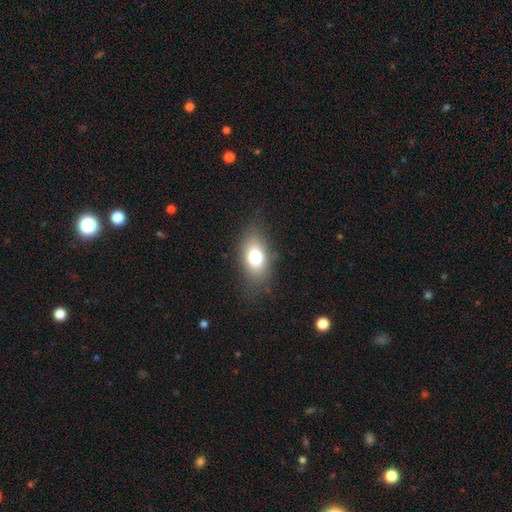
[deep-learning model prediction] Smooth or featured? Predicted: smooth (p=0.73). How rounded? Predicted: in between (p=0.83). Merging? Predicted: none (p=0.79).